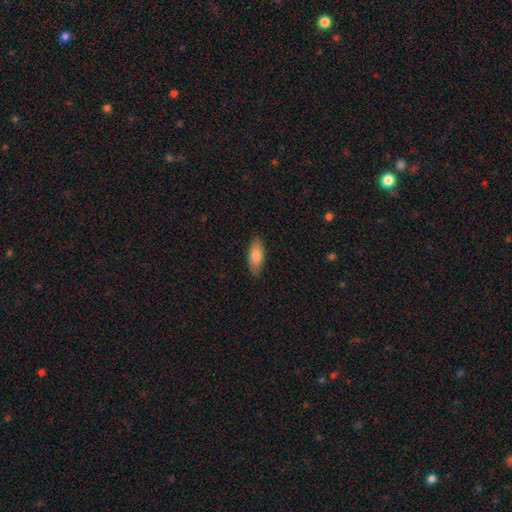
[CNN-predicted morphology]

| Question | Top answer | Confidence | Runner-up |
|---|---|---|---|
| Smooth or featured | smooth | 78% | featured or disk (15%) |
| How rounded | in between | 82% | cigar-shaped (16%) |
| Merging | none | 86% | minor disturbance (11%) |